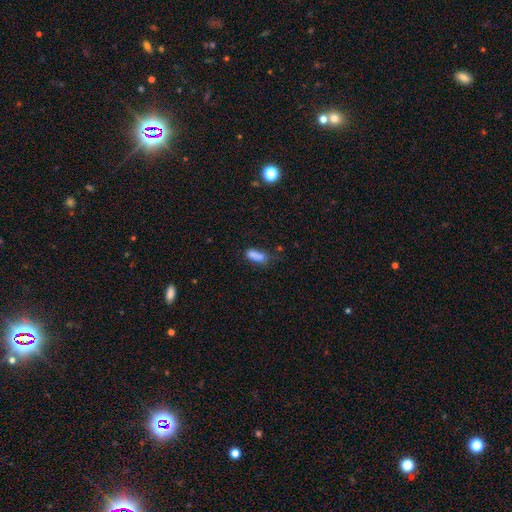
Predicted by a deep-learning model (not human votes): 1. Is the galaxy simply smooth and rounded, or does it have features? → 77% smooth, 12% star or artifact, 11% featured or disk.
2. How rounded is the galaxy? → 71% in between, 25% cigar-shaped, 4% round.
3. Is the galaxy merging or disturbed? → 40% none, 26% minor disturbance, 19% merger, 15% major disturbance.